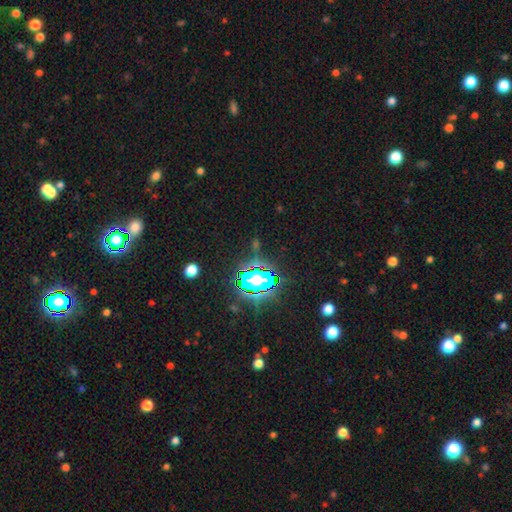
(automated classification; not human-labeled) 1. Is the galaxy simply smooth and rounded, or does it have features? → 80% star or artifact, 12% smooth, 8% featured or disk.